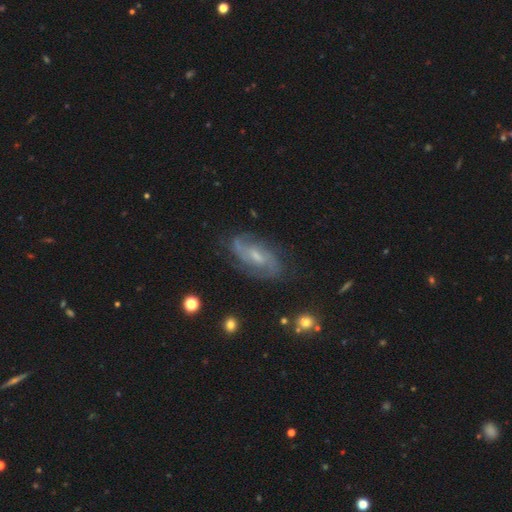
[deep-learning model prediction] A featured or disk galaxy (80%) with a weak bar (50%), 2 (55%) medium (45%) spiral arms (93%) and a small central bulge (55%). Merging: none (74%).